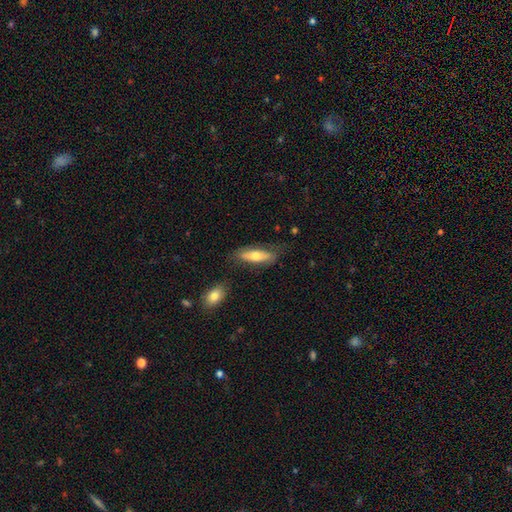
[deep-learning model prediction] This appears to be a smooth galaxy with no disk features (59%) that is in between round and cigar-shaped (51%). Merging: none (70%).